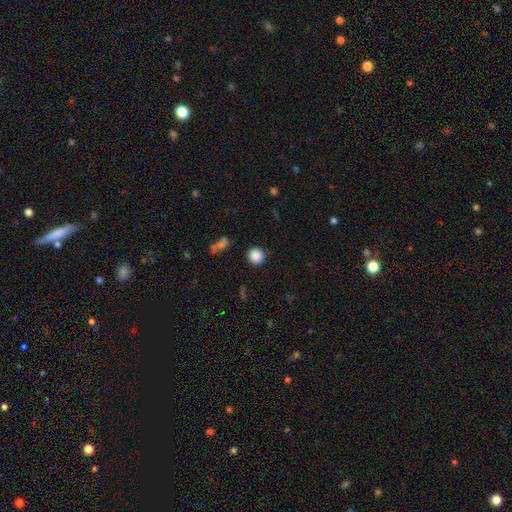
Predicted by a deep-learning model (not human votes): Smooth or featured?
  - smooth: 86% *
  - star or artifact: 10%
  - featured or disk: 4%
How rounded?
  - round: 93% *
  - in between: 6%
  - cigar-shaped: 1%
Merging?
  - none: 89% *
  - minor disturbance: 6%
  - major disturbance: 2%
  - merger: 2%